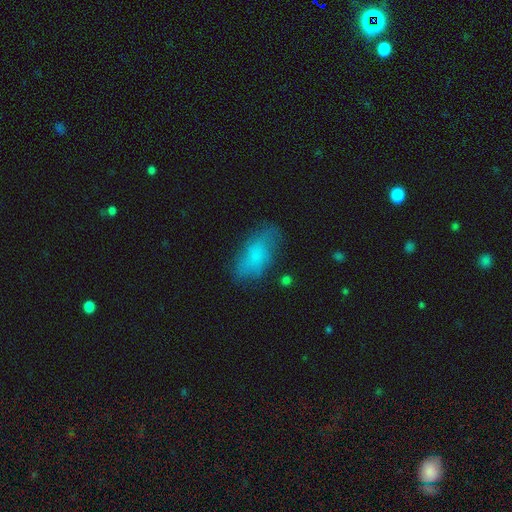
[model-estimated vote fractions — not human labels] A smooth galaxy with no disk features (72%) that is in between round and cigar-shaped (89%).

Vote fractions:
- Smooth or featured? smooth: 72% / featured or disk: 20% / star or artifact: 9%
- How rounded? in between: 89% / cigar-shaped: 7% / round: 4%
- Merging? none: 68% / minor disturbance: 22% / major disturbance: 8% / merger: 2%